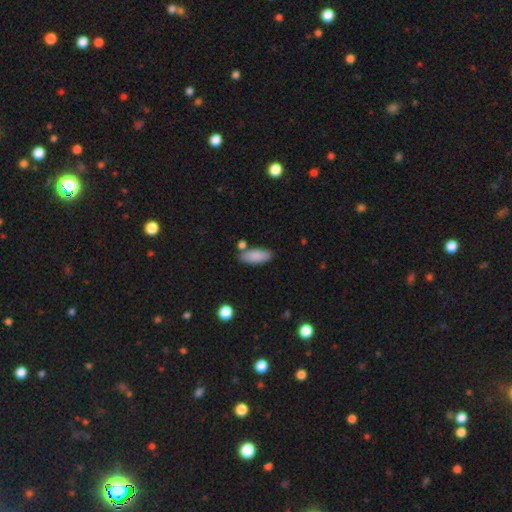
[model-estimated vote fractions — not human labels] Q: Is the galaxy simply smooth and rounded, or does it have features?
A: smooth — 87%.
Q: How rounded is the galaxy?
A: in between — 82%.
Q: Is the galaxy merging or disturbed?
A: none — 74%.